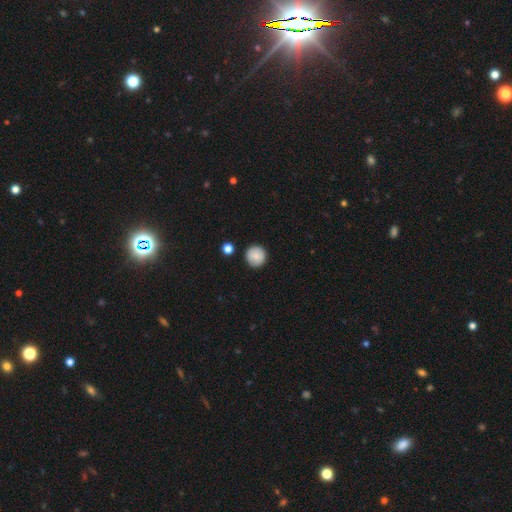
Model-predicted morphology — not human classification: This is clearly a smooth galaxy (86%). How rounded: clearly round (95%). Merging: clearly none (88%).